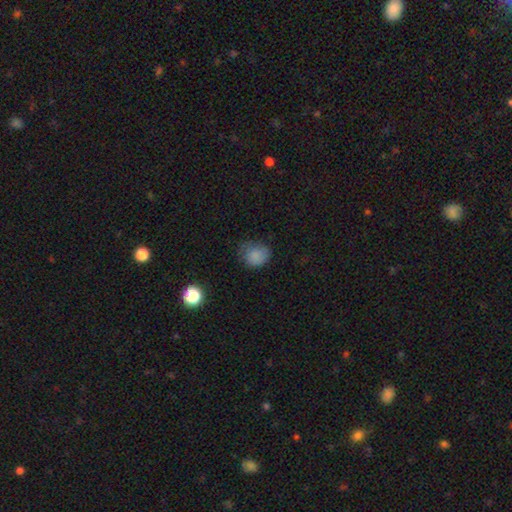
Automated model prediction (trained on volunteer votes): This is clearly a smooth galaxy (81%). How rounded: likely round (66%). Merging: possibly none (53%).